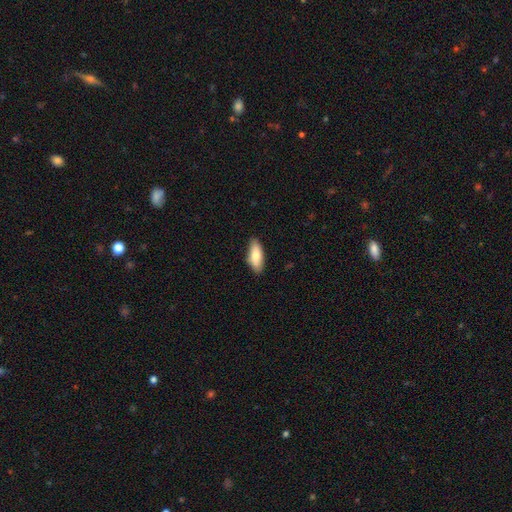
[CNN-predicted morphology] A smooth galaxy with no disk features (78%) that is in between round and cigar-shaped (77%).

Vote fractions:
- Smooth or featured? smooth: 78% / featured or disk: 16% / star or artifact: 6%
- How rounded? in between: 77% / cigar-shaped: 21% / round: 2%
- Merging? none: 84% / minor disturbance: 13% / major disturbance: 2% / merger: 1%